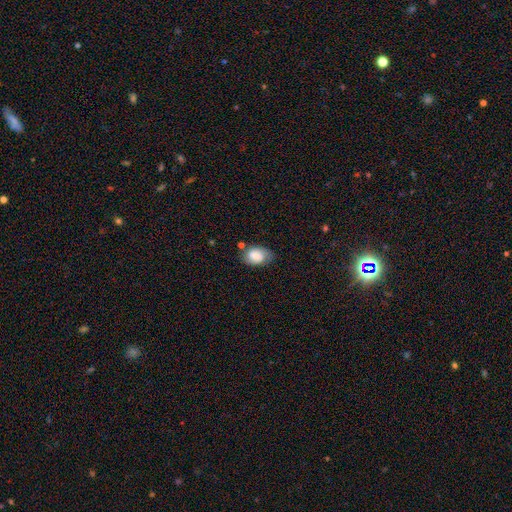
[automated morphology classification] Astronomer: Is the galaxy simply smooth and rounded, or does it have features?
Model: smooth — 73%.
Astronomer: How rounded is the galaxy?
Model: in between — 86%.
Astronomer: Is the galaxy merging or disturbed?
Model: none — 59%.